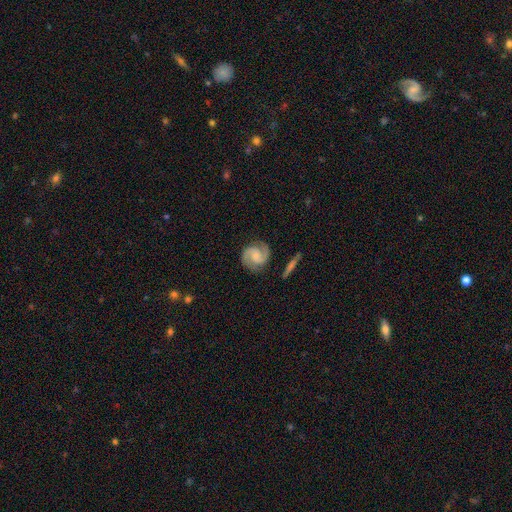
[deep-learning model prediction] Overall: featured or disk (86%). Edge-on disk: no (98%). Bar: no (51%; weak 39%). Spiral arms: yes (98%). Spiral arm count: 2 (93%). Spiral winding: medium (54%; tight 33%). Bulge size: none (40%; small 26%). Merging: none (83%).